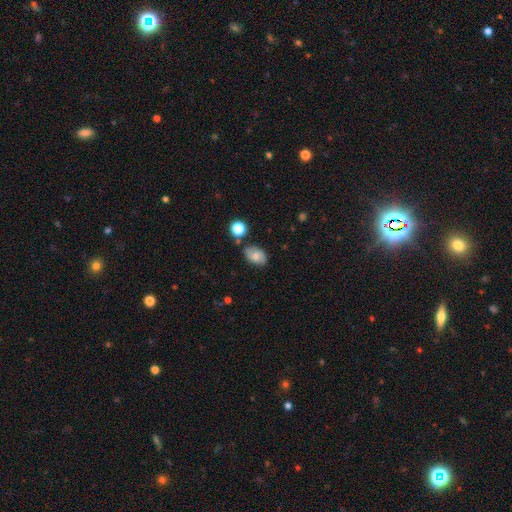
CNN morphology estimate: smooth_or_featured: smooth (p=0.65) [alt: featured or disk p=0.25]
how_rounded: in between (p=0.84) [alt: round p=0.14]
merging: none (p=0.72) [alt: minor disturbance p=0.18]